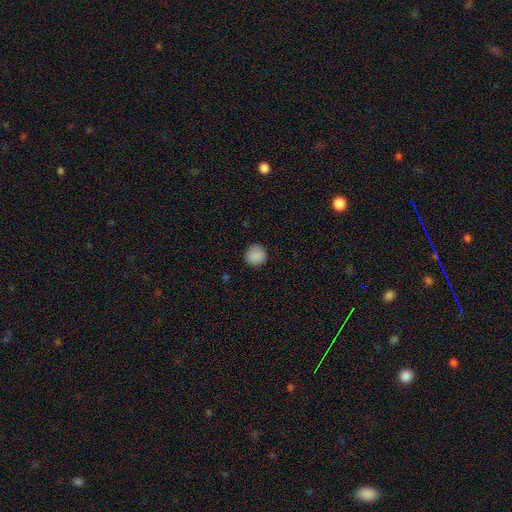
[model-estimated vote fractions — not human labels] This appears to be a smooth galaxy with no disk features (88%) that is round (93%). Merging: none (90%).